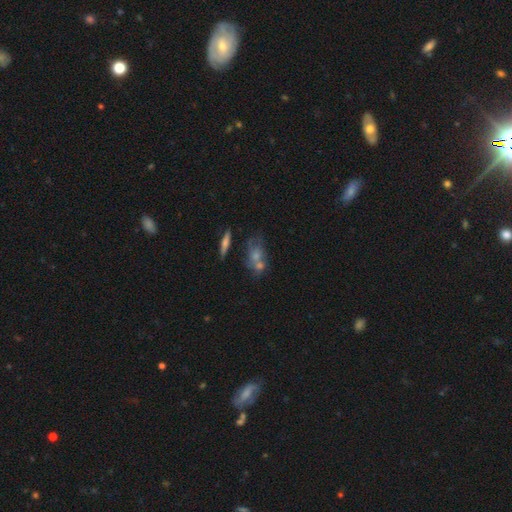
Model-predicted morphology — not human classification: This appears to be a smooth galaxy with no disk features (43%). Merging: none (44%).